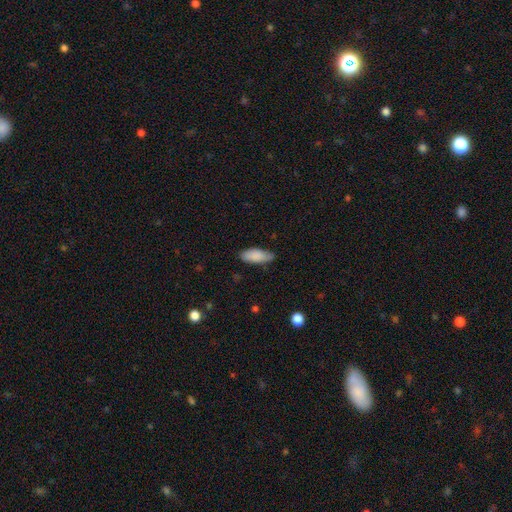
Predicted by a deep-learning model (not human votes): Q: Smooth or featured?
A: smooth (87%); runner-up: featured or disk (7%)
Q: How rounded?
A: in between (80%); runner-up: cigar-shaped (18%)
Q: Merging?
A: none (76%); runner-up: minor disturbance (20%)